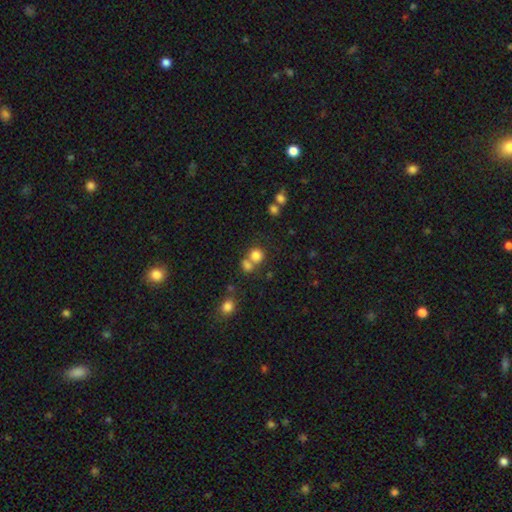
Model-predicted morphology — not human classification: A smooth galaxy with no disk features (78%) that is round (85%). Merging: none (51%).